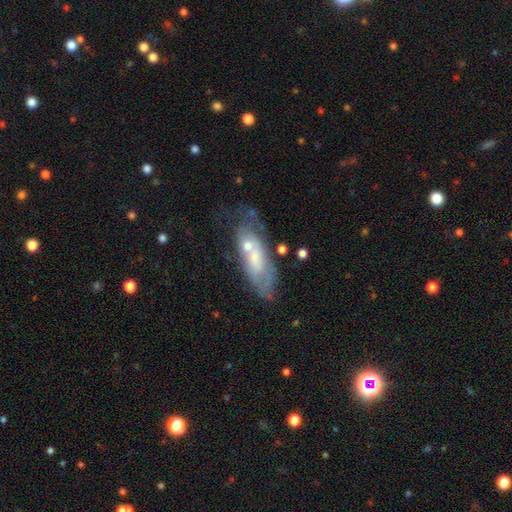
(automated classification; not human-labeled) Smooth or featured? featured or disk (50%)
Merging? none (40%)